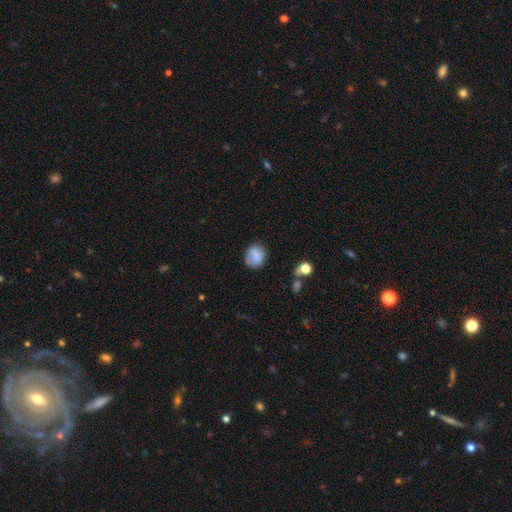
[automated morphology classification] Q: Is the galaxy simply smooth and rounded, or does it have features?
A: smooth — 72%.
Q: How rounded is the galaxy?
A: round — 64%.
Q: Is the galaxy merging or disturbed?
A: none — 68%.